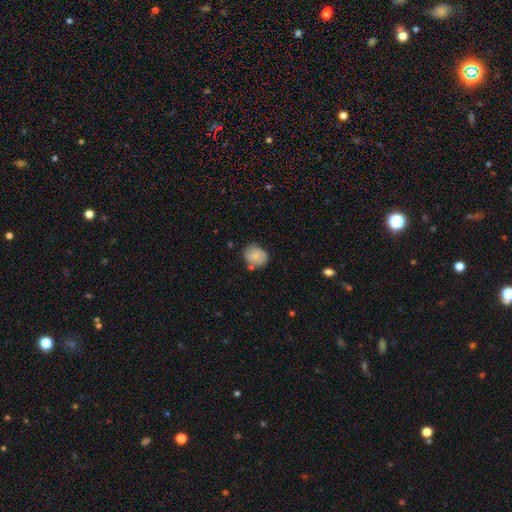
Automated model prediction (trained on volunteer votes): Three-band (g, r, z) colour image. It shows a smooth galaxy with no disk features (80%) that is round (59%). Merging: none (67%).